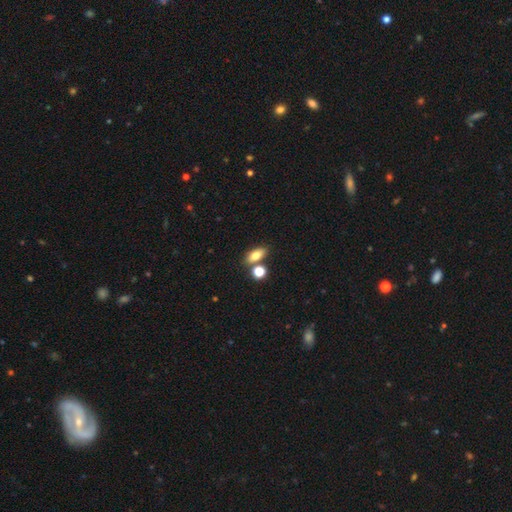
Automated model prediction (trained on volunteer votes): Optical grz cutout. It shows a smooth galaxy with no disk features (76%) that is in between round and cigar-shaped (77%). Merging: none (67%).